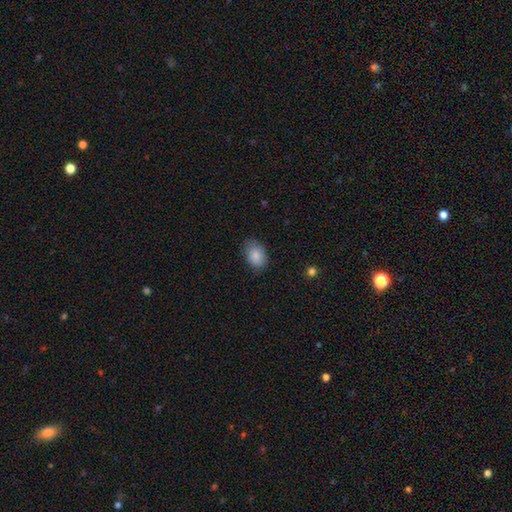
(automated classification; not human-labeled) A smooth galaxy with no disk features (86%) that is in between round and cigar-shaped (80%).

Vote fractions:
- Smooth or featured? smooth: 86% / star or artifact: 7% / featured or disk: 6%
- How rounded? in between: 80% / round: 19% / cigar-shaped: 1%
- Merging? none: 75% / minor disturbance: 20% / major disturbance: 4% / merger: 1%